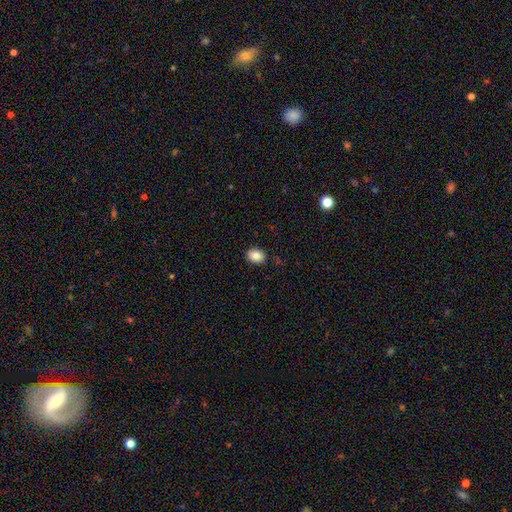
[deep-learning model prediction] A smooth galaxy with no disk features (86%) that is in between round and cigar-shaped (66%).

Vote fractions:
- Smooth or featured? smooth: 86% / star or artifact: 9% / featured or disk: 6%
- How rounded? in between: 66% / round: 33% / cigar-shaped: 1%
- Merging? none: 88% / minor disturbance: 9% / major disturbance: 2% / merger: 1%